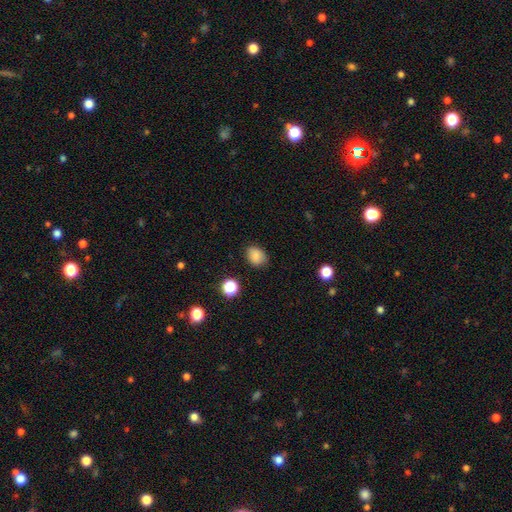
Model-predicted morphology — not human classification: smooth_or_featured: smooth (p=0.84) [alt: star or artifact p=0.11]
how_rounded: in between (p=0.57) [alt: round p=0.42]
merging: none (p=0.82) [alt: minor disturbance p=0.14]